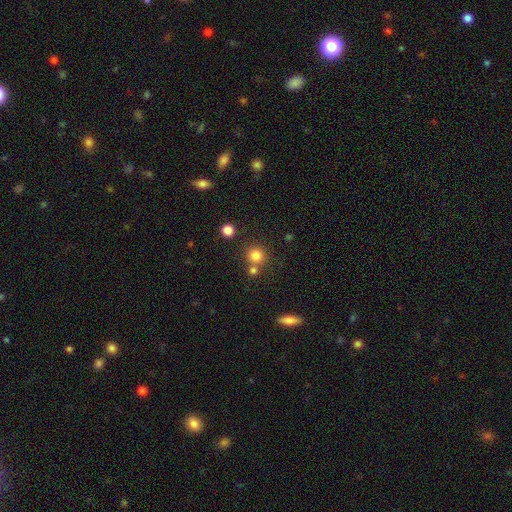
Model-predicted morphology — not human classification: Smooth or featured: smooth — 81% (star or artifact — 13%)
How rounded: round — 91% (in between — 8%)
Merging: none — 68% (merger — 21%)